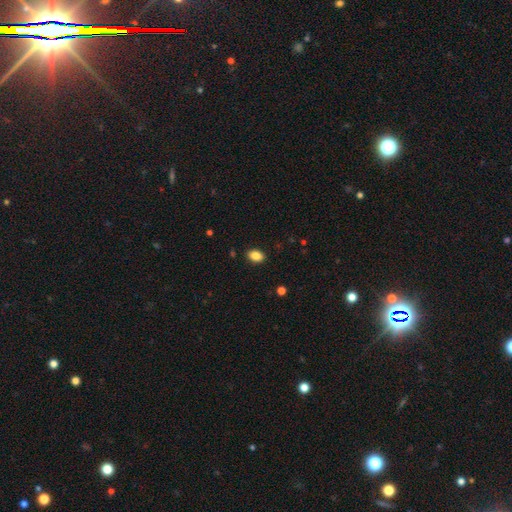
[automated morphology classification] A smooth galaxy with no disk features (86%) that is in between round and cigar-shaped (85%).

Vote fractions:
- Smooth or featured? smooth: 86% / star or artifact: 9% / featured or disk: 5%
- How rounded? in between: 85% / round: 13% / cigar-shaped: 1%
- Merging? none: 89% / minor disturbance: 8% / major disturbance: 2% / merger: 1%